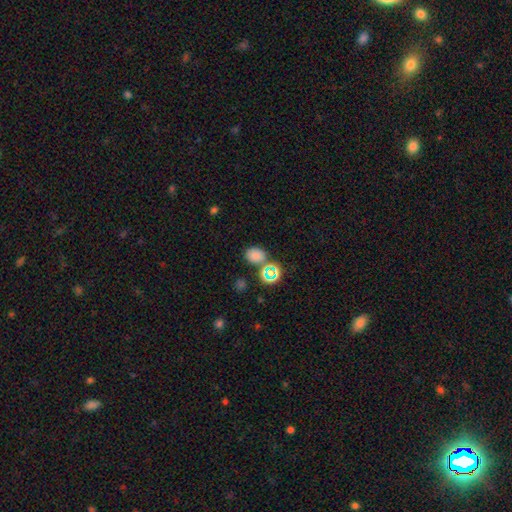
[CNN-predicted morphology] Q: Smooth or featured?
A: smooth (72%); runner-up: star or artifact (22%)
Q: How rounded?
A: in between (54%); runner-up: round (45%)
Q: Merging?
A: none (69%); runner-up: merger (15%)